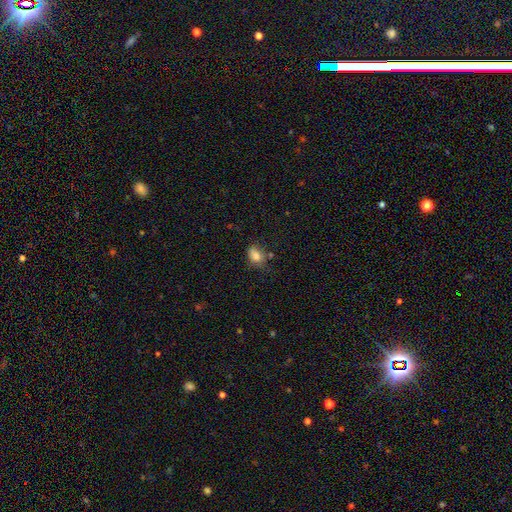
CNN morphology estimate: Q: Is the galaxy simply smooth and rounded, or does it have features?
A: smooth — 79%.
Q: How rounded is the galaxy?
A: in between — 75%.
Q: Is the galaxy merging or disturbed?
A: none — 54%.